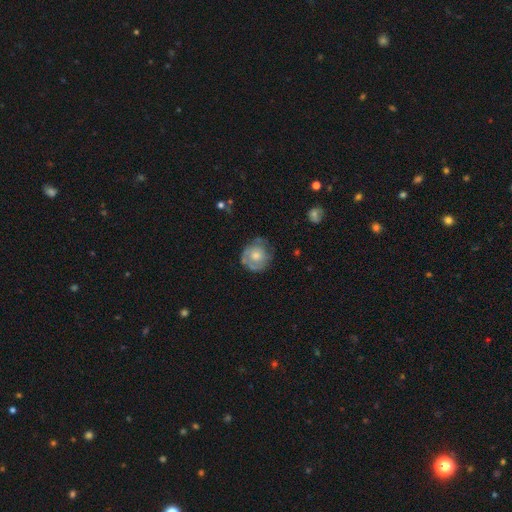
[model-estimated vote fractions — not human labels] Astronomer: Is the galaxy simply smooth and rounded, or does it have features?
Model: featured or disk — 54% (runner-up: smooth, 39%).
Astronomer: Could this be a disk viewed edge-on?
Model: no — 97%.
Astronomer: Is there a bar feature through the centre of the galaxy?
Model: no — 83%.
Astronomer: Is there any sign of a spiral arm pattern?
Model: yes — 69%.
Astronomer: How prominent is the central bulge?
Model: moderate — 57%.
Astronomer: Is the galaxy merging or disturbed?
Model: none — 66%.